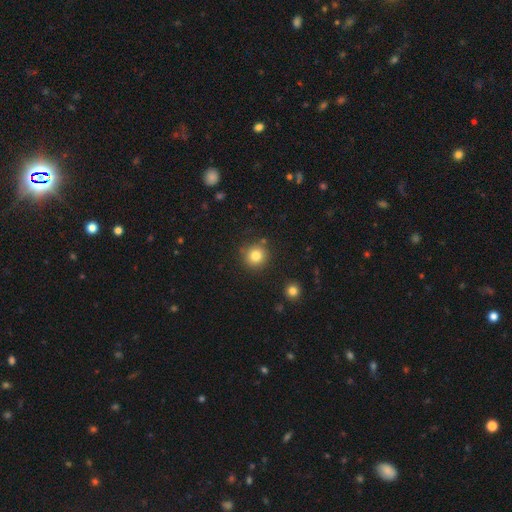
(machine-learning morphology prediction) A smooth galaxy with no disk features (81%) that is round (93%).

Vote fractions:
- Smooth or featured? smooth: 81% / star or artifact: 12% / featured or disk: 7%
- How rounded? round: 93% / in between: 6% / cigar-shaped: 1%
- Merging? none: 84% / minor disturbance: 9% / merger: 4% / major disturbance: 3%